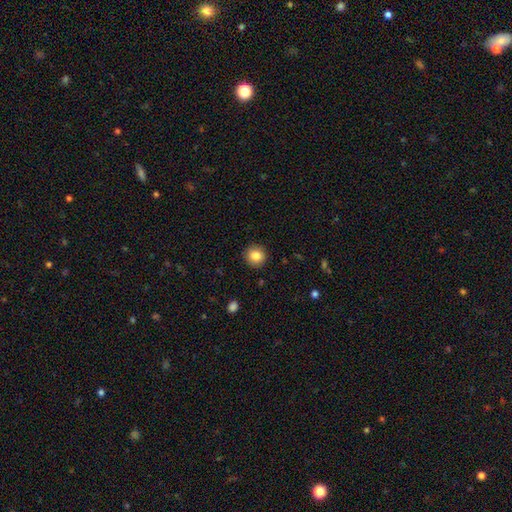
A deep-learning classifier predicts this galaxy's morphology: This is clearly a smooth galaxy (84%). How rounded: clearly round (93%). Merging: clearly none (92%).